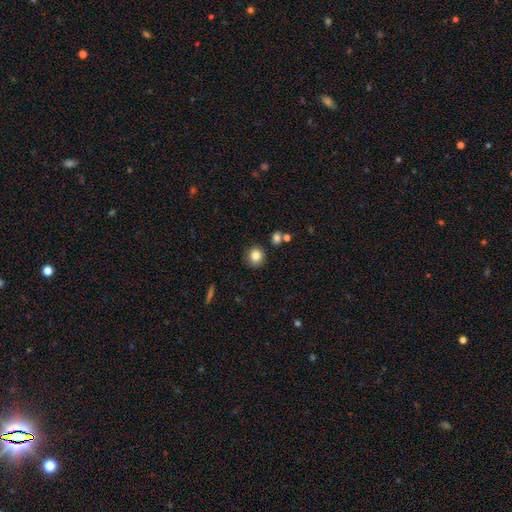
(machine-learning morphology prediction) Smooth or featured? smooth (84%)
How rounded? round (87%)
Merging? none (86%)